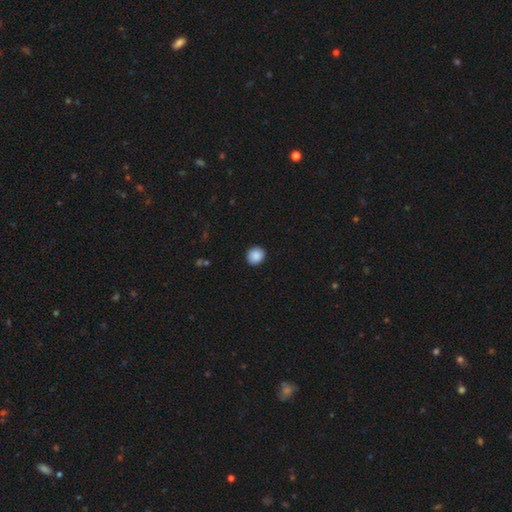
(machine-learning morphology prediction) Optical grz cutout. It shows a smooth galaxy with no disk features (89%) that is round (83%). Merging: none (90%).